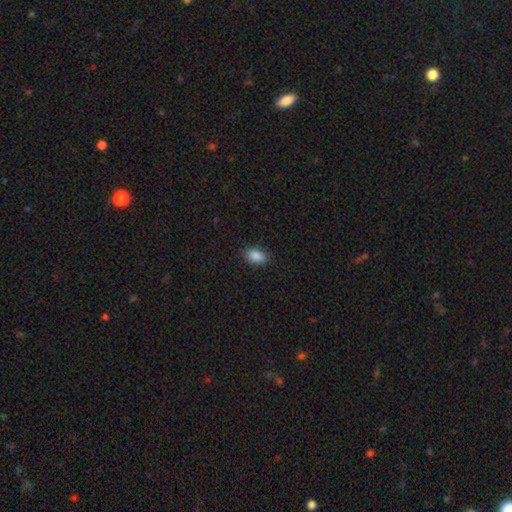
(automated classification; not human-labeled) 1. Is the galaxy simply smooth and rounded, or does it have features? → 89% smooth, 8% star or artifact, 3% featured or disk.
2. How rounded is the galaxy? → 90% in between, 8% round, 2% cigar-shaped.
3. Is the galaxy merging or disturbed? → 87% none, 9% minor disturbance, 2% major disturbance, 1% merger.